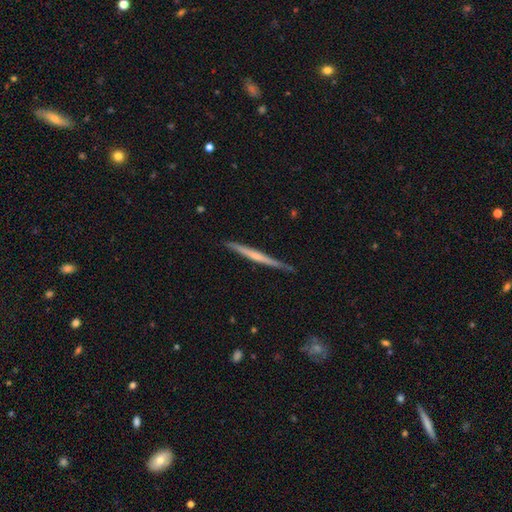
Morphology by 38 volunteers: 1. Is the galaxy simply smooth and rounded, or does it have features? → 71% featured or disk, 26% smooth, 3% star or artifact.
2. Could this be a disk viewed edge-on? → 100% yes, 0% no.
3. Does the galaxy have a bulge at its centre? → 70% none, 30% rounded, 0% boxy.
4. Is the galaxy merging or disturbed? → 81% none, 16% minor disturbance, 3% major disturbance, 0% merger.